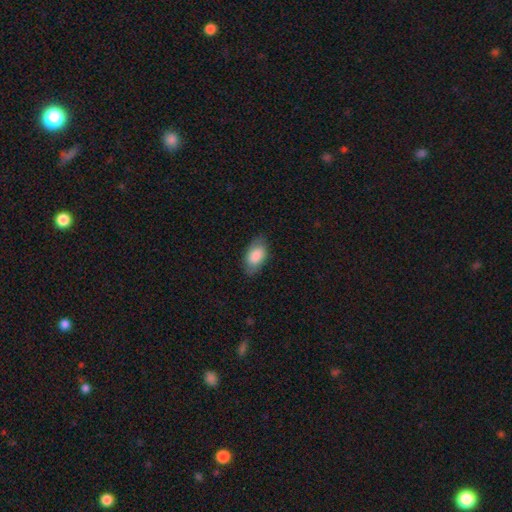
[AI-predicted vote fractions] smooth 83%, featured or disk 11%, star or artifact 6%. Down the decision tree: how rounded — in between (93%); merging — none (78%).